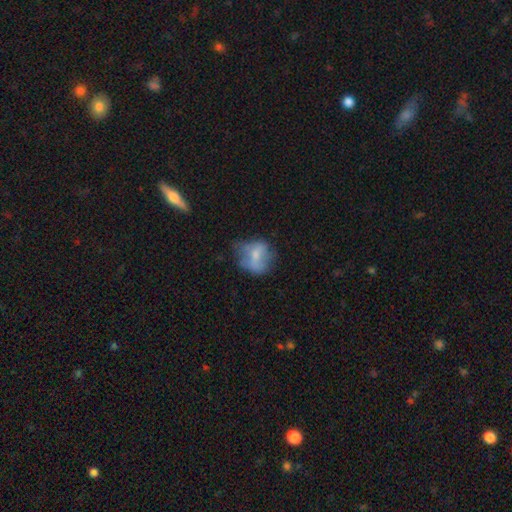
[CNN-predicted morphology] This is possibly a smooth galaxy (56%). How rounded: possibly round (58%). Merging: marginally none (41%).